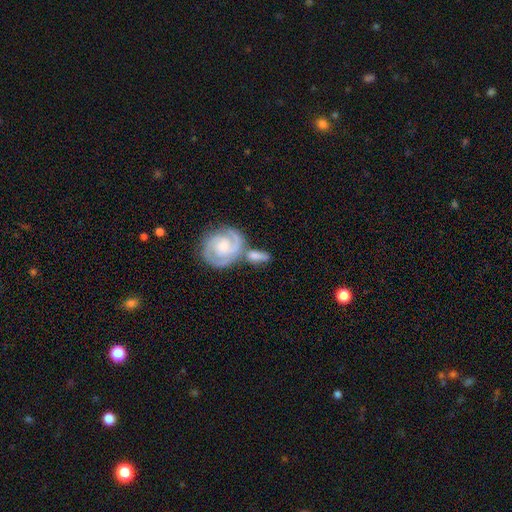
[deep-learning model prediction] The model was most divided on "merging": none: 44%, merger: 36%, minor disturbance: 14%, major disturbance: 5%. More confident: spiral arms — yes (92%); edge-on disk — no (91%); spiral arm count — 2 (80%); smooth or featured — featured or disk (62%); bar — no (60%); spiral winding — tight (60%); bulge size — small (50%).